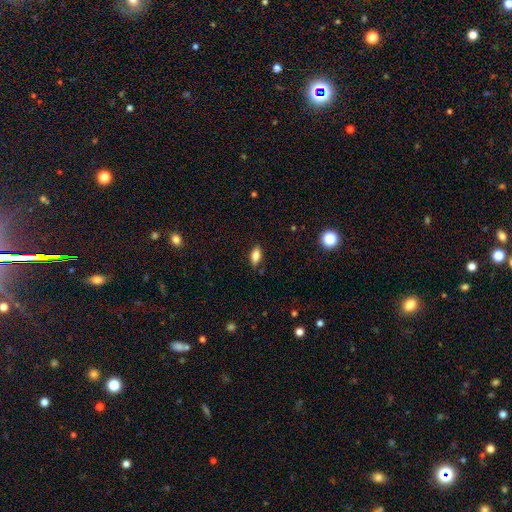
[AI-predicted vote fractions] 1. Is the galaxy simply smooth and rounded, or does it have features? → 79% smooth, 12% featured or disk, 9% star or artifact.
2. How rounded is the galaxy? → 85% in between, 11% cigar-shaped, 4% round.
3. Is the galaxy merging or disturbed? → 84% none, 12% minor disturbance, 3% major disturbance, 2% merger.